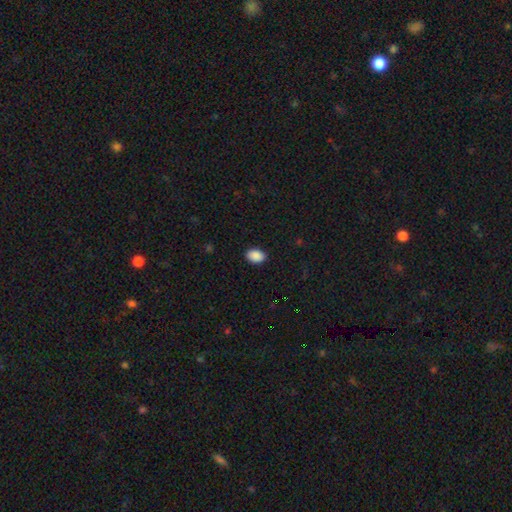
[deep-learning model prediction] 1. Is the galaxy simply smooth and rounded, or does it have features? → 90% smooth, 8% star or artifact, 3% featured or disk.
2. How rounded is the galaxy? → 84% in between, 15% round, 1% cigar-shaped.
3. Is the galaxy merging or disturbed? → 89% none, 8% minor disturbance, 2% major disturbance, 1% merger.